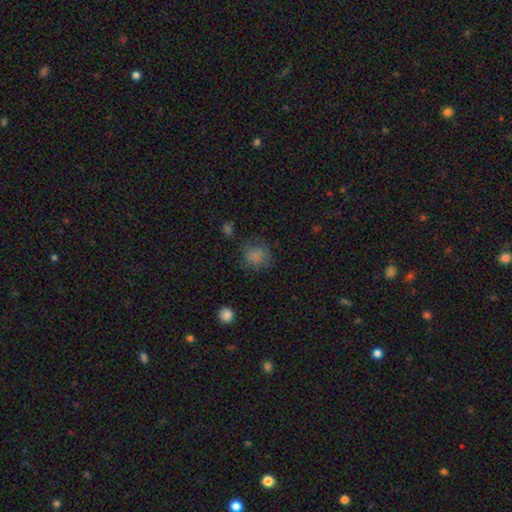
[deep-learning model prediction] The model was most divided on "merging": none: 68%, minor disturbance: 19%, major disturbance: 10%, merger: 3%. More confident: how rounded — round (78%); smooth or featured — smooth (77%).